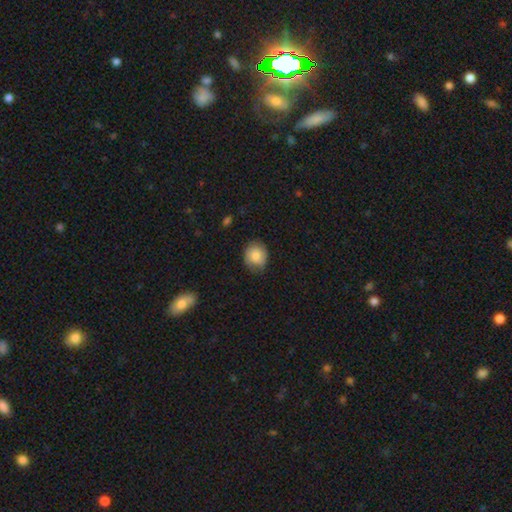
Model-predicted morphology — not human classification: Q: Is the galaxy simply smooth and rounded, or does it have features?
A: smooth — 75%.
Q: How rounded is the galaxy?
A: round — 69%.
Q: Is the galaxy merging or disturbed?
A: none — 71%.